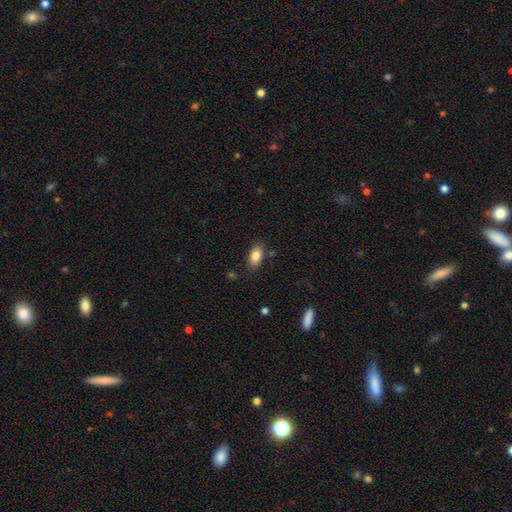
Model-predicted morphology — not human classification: Smooth or featured? smooth (83%)
How rounded? in between (91%)
Merging? none (83%)